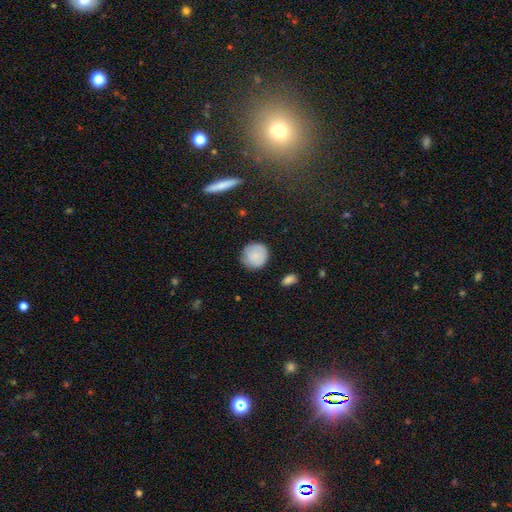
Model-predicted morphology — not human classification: Smooth or featured?
  - smooth: 84% *
  - featured or disk: 9%
  - star or artifact: 7%
How rounded?
  - round: 92% *
  - in between: 7%
  - cigar-shaped: 1%
Merging?
  - none: 82% *
  - minor disturbance: 14%
  - major disturbance: 3%
  - merger: 1%